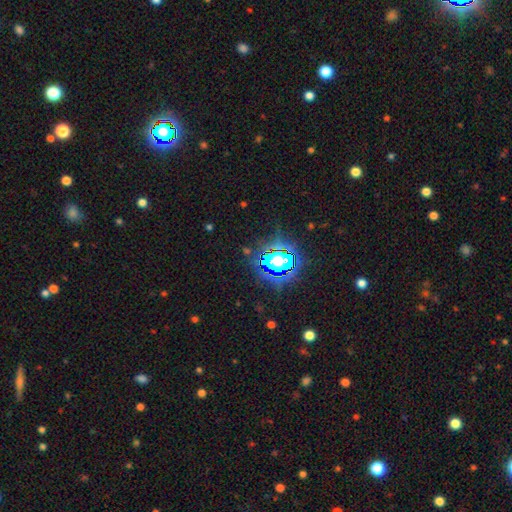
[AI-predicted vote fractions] This appears to be a star or artifact, not a galaxy (83%).